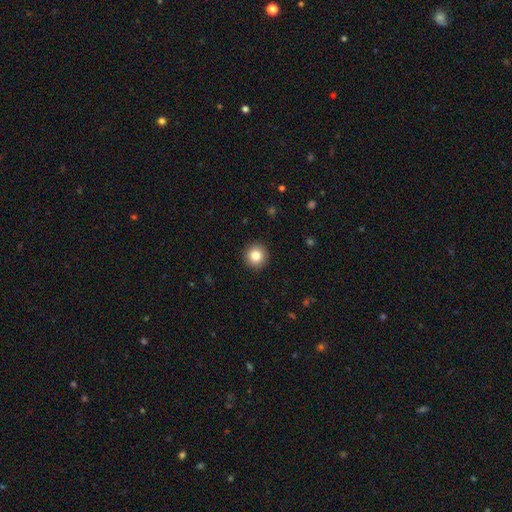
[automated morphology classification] This is clearly a smooth galaxy (84%). How rounded: clearly round (95%). Merging: clearly none (92%).